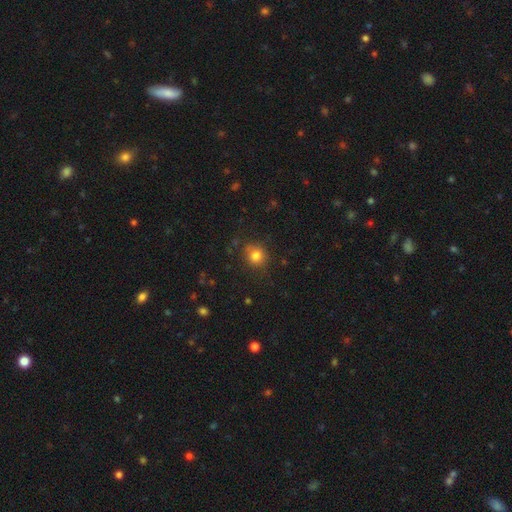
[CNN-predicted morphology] Smooth or featured? smooth (81%)
How rounded? round (86%)
Merging? none (81%)